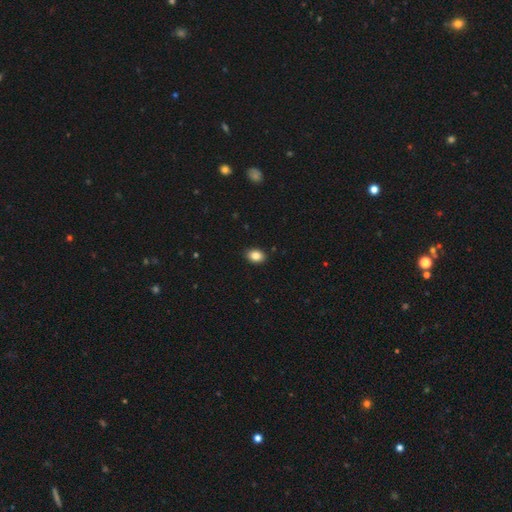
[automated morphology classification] Smooth or featured: smooth — 86% (star or artifact — 9%)
How rounded: in between — 71% (round — 28%)
Merging: none — 90% (minor disturbance — 7%)